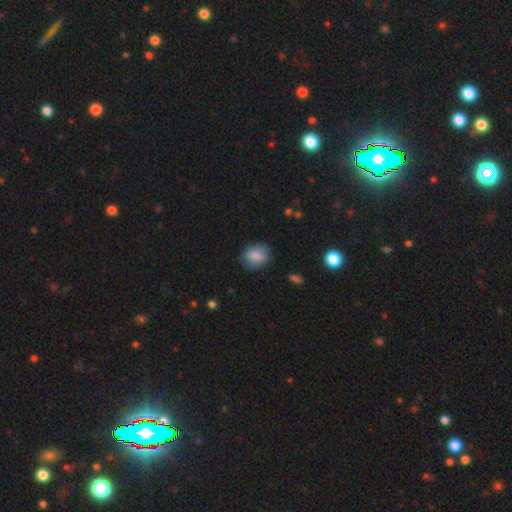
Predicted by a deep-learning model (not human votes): This appears to be a smooth galaxy with no disk features (83%) that is in between round and cigar-shaped (54%). Merging: none (80%).